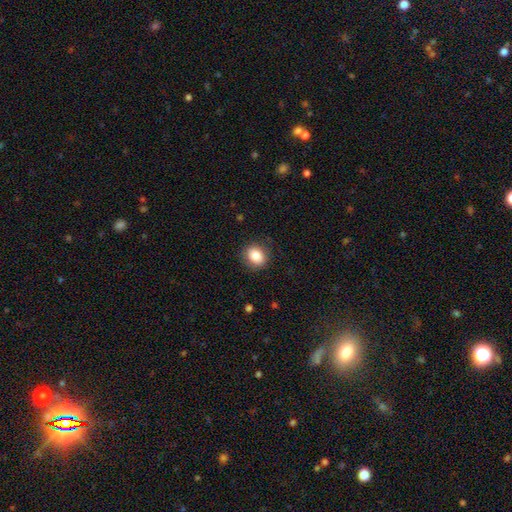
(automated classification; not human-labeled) Overall: smooth (84%). How rounded: round (65%; in between 34%). Merging: none (86%).